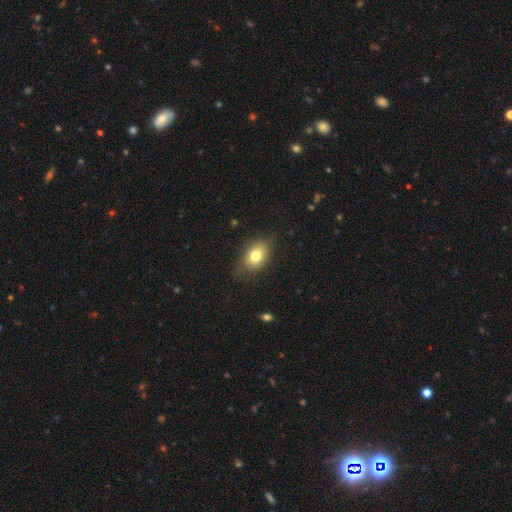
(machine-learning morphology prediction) A smooth galaxy with no disk features (76%) that is in between round and cigar-shaped (74%).

Vote fractions:
- Smooth or featured? smooth: 76% / featured or disk: 15% / star or artifact: 10%
- How rounded? in between: 74% / round: 24% / cigar-shaped: 2%
- Merging? none: 72% / minor disturbance: 22% / major disturbance: 5% / merger: 1%